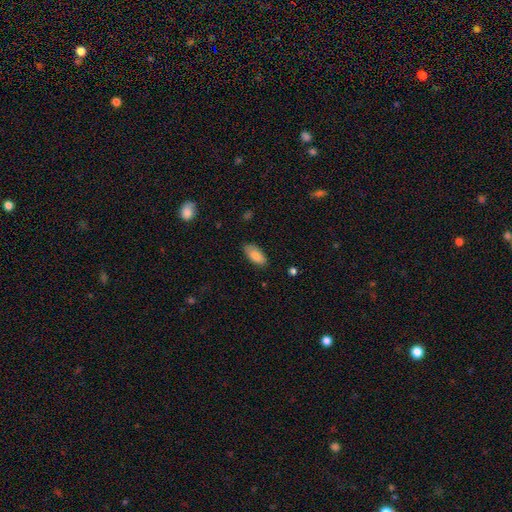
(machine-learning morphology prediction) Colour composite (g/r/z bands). It shows a smooth galaxy with no disk features (86%) that is in between round and cigar-shaped (91%). Merging: none (79%).